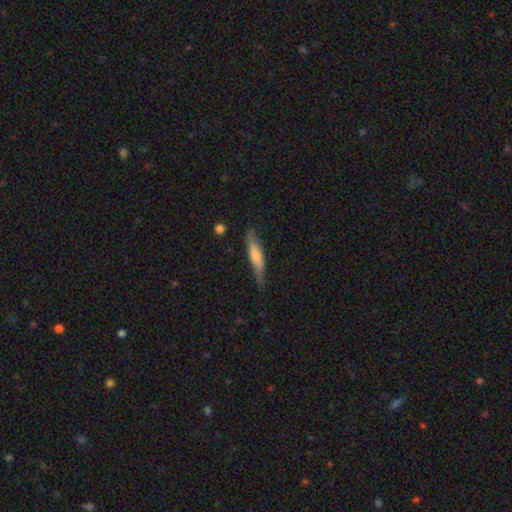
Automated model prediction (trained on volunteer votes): A smooth galaxy with no disk features (52%) that is cigar-shaped (90%).

Vote fractions:
- Smooth or featured? smooth: 52% / featured or disk: 42% / star or artifact: 6%
- How rounded? cigar-shaped: 90% / in between: 9% / round: 2%
- Merging? none: 78% / minor disturbance: 17% / major disturbance: 3% / merger: 2%